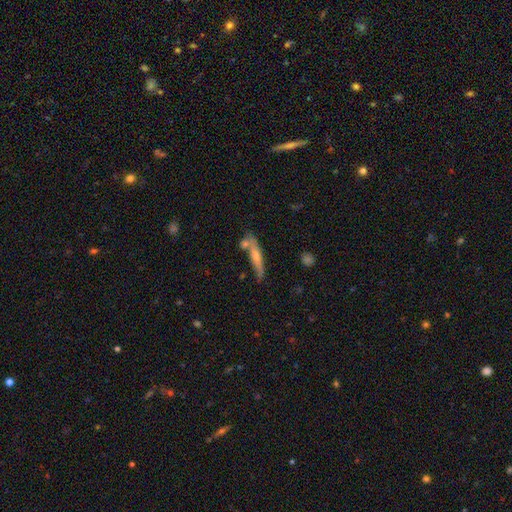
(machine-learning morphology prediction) Overall: featured or disk (51%; smooth 42%). Edge-on disk: yes (89%). Merging: none (65%).